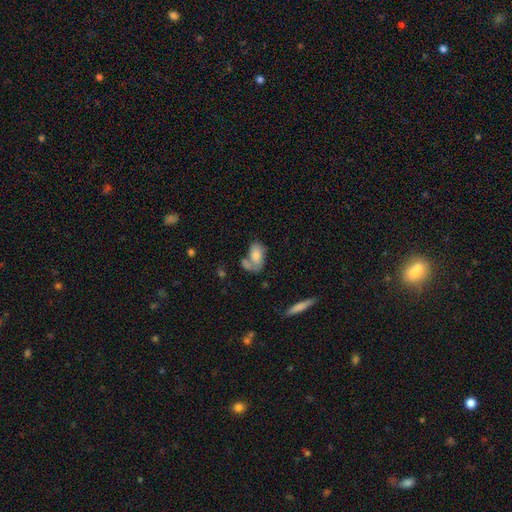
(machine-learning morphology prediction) Q: Smooth or featured?
A: smooth (72%); runner-up: featured or disk (21%)
Q: How rounded?
A: in between (90%); runner-up: round (7%)
Q: Merging?
A: none (36%); runner-up: merger (33%)